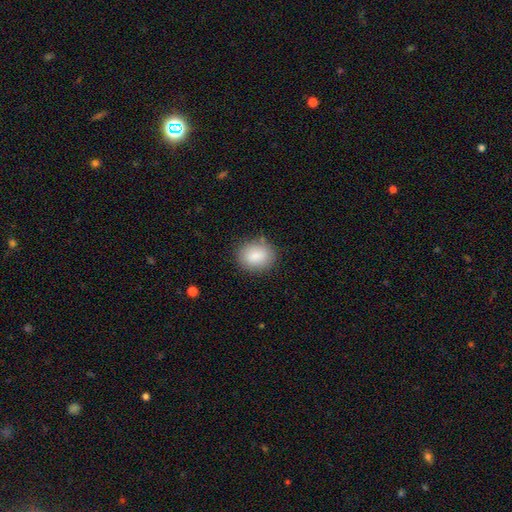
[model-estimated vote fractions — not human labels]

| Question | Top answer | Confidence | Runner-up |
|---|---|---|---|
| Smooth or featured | smooth | 86% | star or artifact (7%) |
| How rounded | round | 57% | in between (42%) |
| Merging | none | 84% | minor disturbance (11%) |